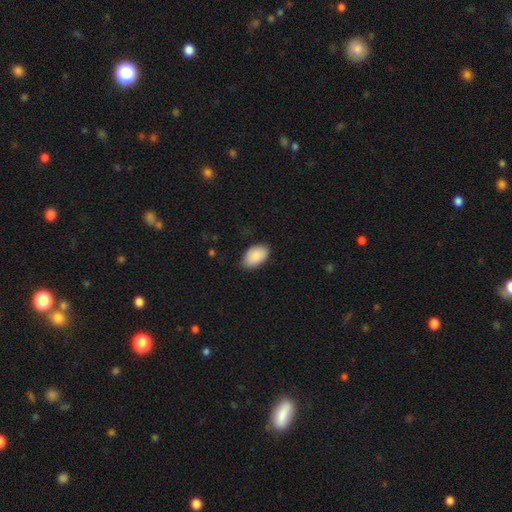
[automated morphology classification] Overall: smooth (89%). How rounded: in between (94%). Merging: none (83%).